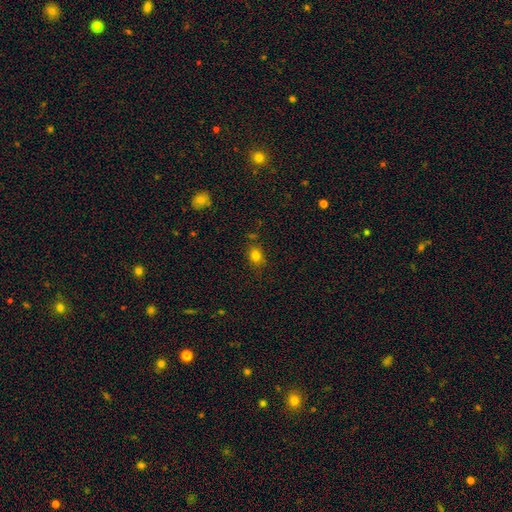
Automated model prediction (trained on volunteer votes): Morphology: type=smooth (78%); roundness=in between (50%); merging=none (79%).